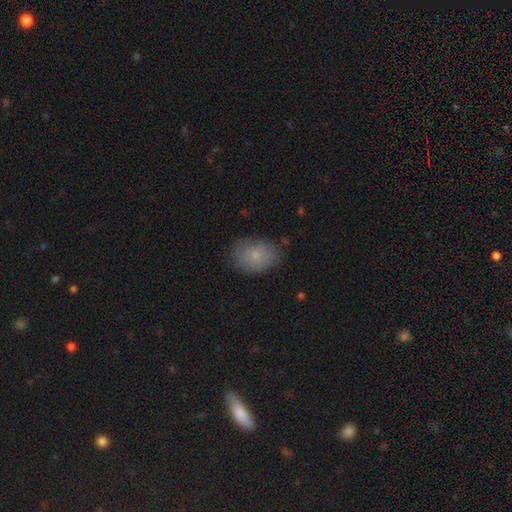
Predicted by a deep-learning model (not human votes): Morphology: type=smooth (75%); roundness=in between (74%); merging=none (75%).